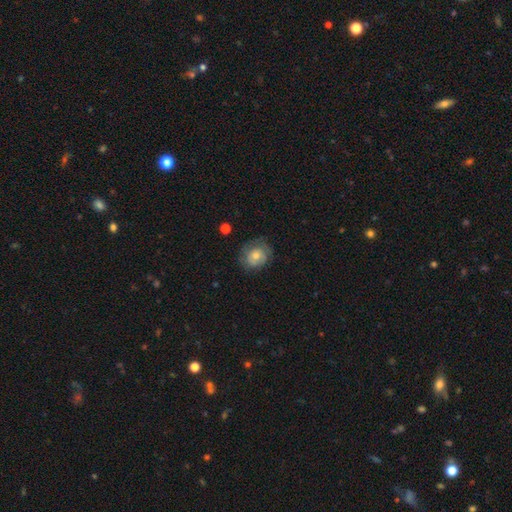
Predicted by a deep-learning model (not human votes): A smooth galaxy with no disk features (50%) that is round (66%).

Vote fractions:
- Smooth or featured? smooth: 50% / featured or disk: 41% / star or artifact: 9%
- How rounded? round: 66% / in between: 33% / cigar-shaped: 1%
- Merging? none: 70% / minor disturbance: 21% / major disturbance: 8% / merger: 1%